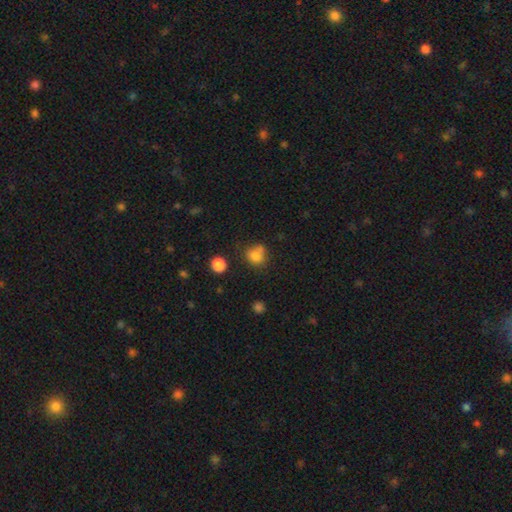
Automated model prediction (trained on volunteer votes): Smooth or featured: smooth — 78% (star or artifact — 13%)
How rounded: round — 74% (in between — 25%)
Merging: none — 53% (merger — 22%)